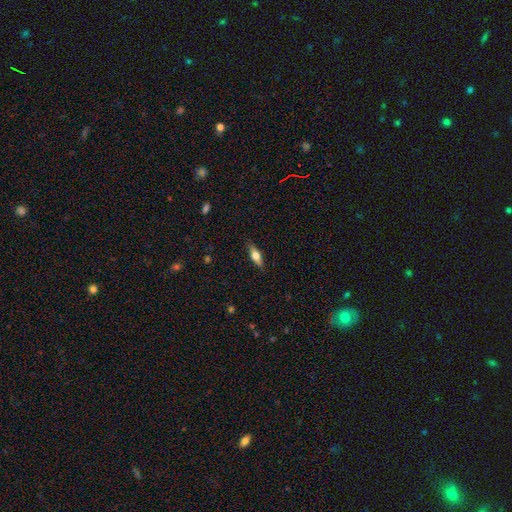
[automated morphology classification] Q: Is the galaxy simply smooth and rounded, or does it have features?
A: smooth — 51%.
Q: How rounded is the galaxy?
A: in between — 50%.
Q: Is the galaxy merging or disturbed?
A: none — 87%.